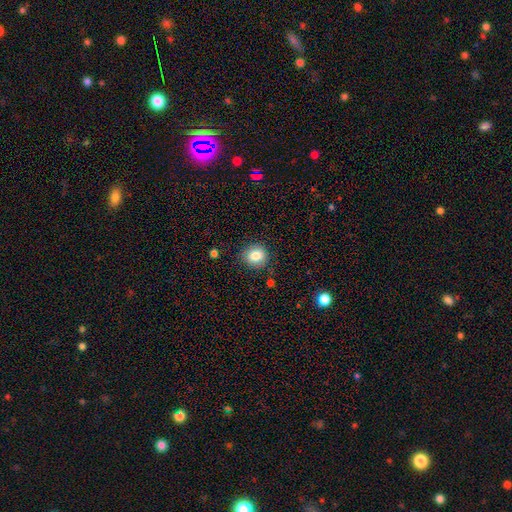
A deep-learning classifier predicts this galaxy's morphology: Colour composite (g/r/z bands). It shows a smooth galaxy with no disk features (83%) that is round (85%). Merging: none (86%).